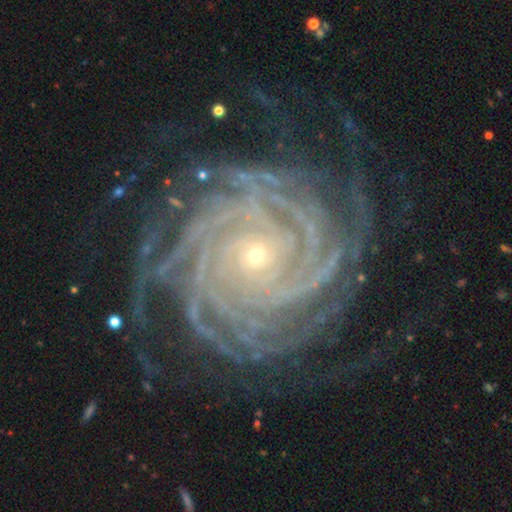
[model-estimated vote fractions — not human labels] Smooth or featured? Predicted: featured or disk (p=0.92). Edge-on disk? Predicted: no (p=0.98). Bar? Predicted: no (p=0.70). Spiral arms? Predicted: yes (p=0.99). Spiral winding? Predicted: tight (p=0.86). Spiral arm count? Predicted: more than 4 (p=0.41). Bulge size? Predicted: small (p=0.85). Merging? Predicted: none (p=0.77).